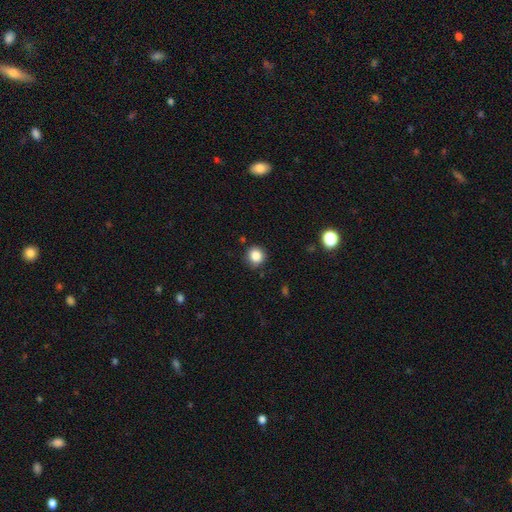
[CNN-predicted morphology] The model was most divided on "smooth or featured": smooth: 85%, star or artifact: 11%, featured or disk: 4%. More confident: how rounded — round (89%); merging — none (86%).